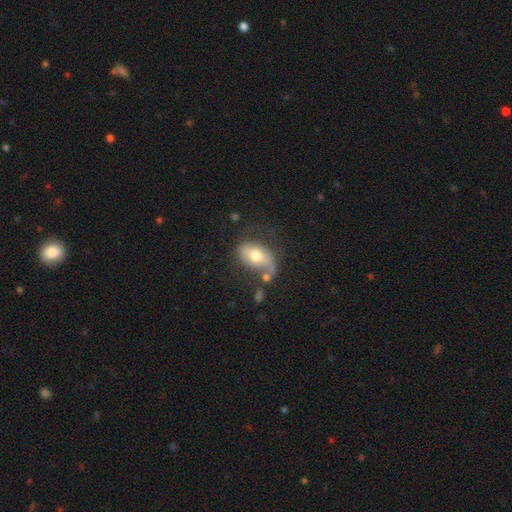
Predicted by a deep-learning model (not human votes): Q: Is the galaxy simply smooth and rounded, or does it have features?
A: smooth — 48%.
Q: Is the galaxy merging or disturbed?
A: none — 41%.